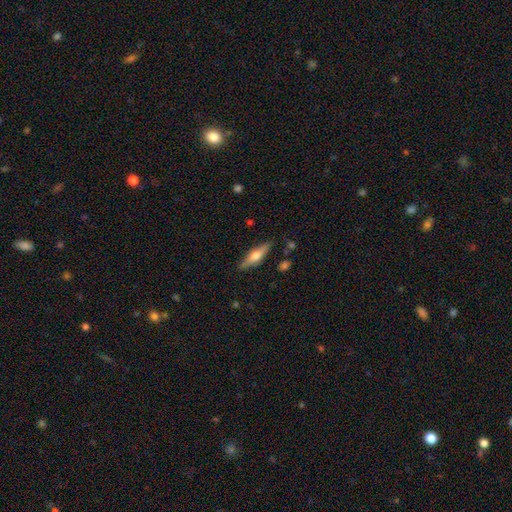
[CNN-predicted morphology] Smooth or featured: featured or disk — 55% (smooth — 38%)
Edge-on disk: yes — 94% (no — 6%)
Edge-on bulge: rounded — 92% (boxy — 5%)
Merging: none — 87% (minor disturbance — 9%)